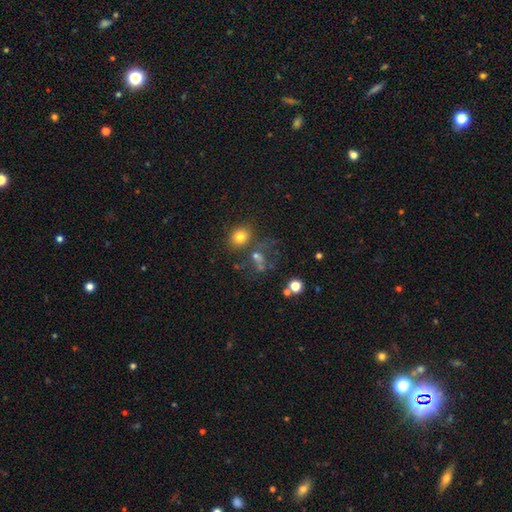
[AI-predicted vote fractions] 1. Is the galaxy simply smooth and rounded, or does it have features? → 53% smooth, 27% star or artifact, 20% featured or disk.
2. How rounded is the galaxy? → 63% round, 35% in between, 3% cigar-shaped.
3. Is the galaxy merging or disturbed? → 47% none, 22% merger, 18% major disturbance, 14% minor disturbance.